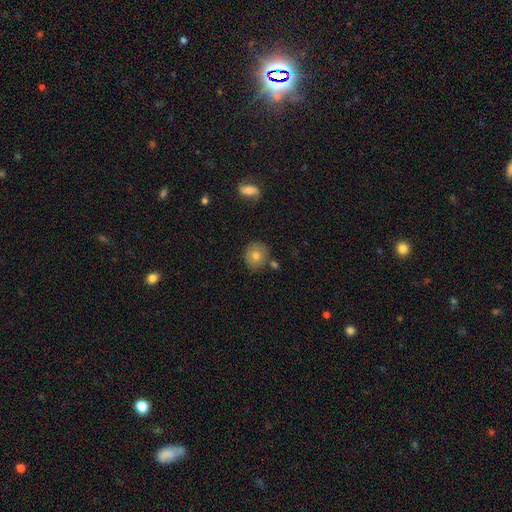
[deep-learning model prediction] Morphology: type=smooth (74%); roundness=round (82%); merging=none (80%).